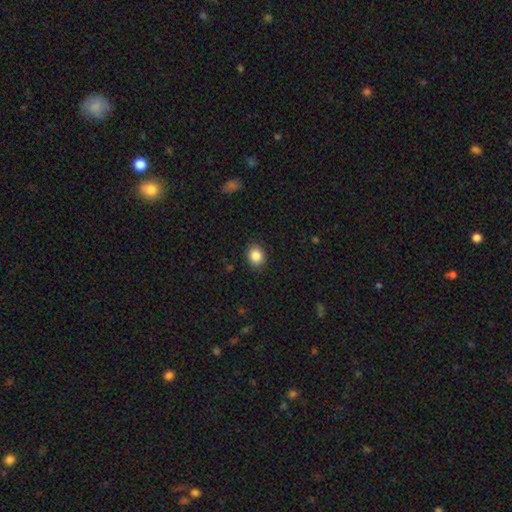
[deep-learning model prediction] smooth-or-featured: smooth: 87% | star or artifact: 9% | featured or disk: 4%
  how-rounded: round: 61% | in between: 38% | cigar-shaped: 1%
  merging: none: 89% | minor disturbance: 8% | major disturbance: 2% | merger: 1%